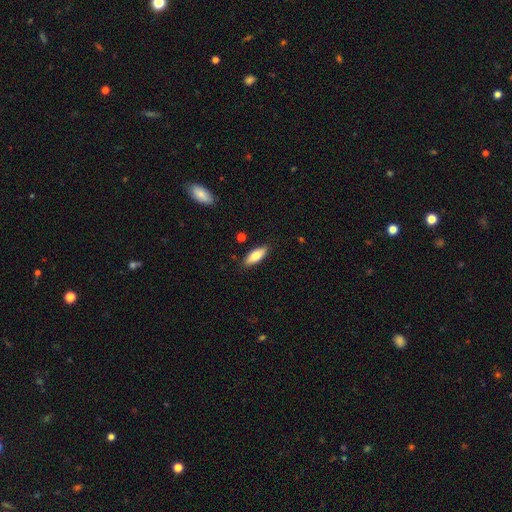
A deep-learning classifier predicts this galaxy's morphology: Q: Smooth or featured?
A: smooth (74%); runner-up: featured or disk (19%)
Q: How rounded?
A: in between (73%); runner-up: cigar-shaped (25%)
Q: Merging?
A: none (87%); runner-up: minor disturbance (10%)